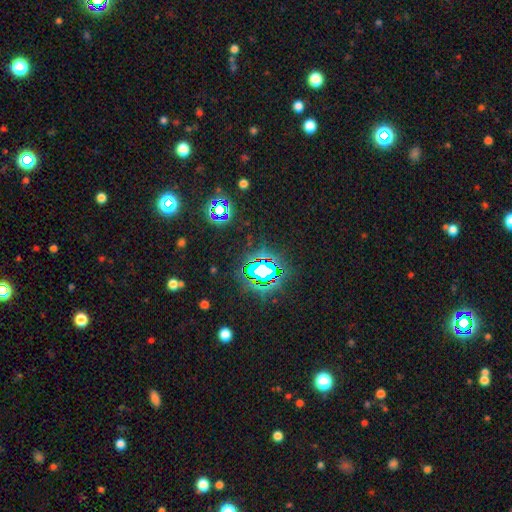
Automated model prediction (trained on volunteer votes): Morphology: type=star or artifact (79%).